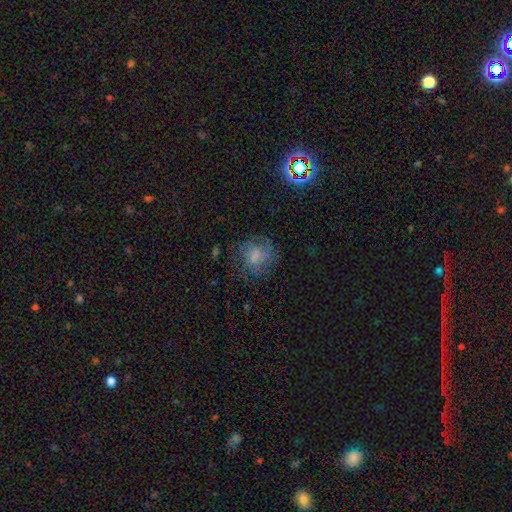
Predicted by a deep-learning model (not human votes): smooth-or-featured: smooth: 53% | featured or disk: 34% | star or artifact: 14%
  how-rounded: round: 70% | in between: 29% | cigar-shaped: 1%
  merging: none: 61% | minor disturbance: 21% | major disturbance: 16% | merger: 2%